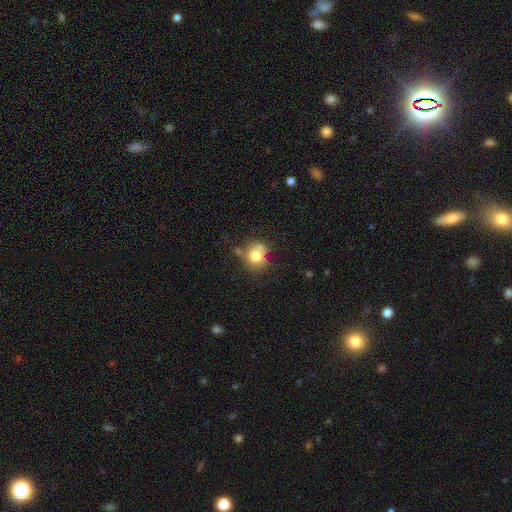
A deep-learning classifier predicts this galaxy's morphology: This appears to be a smooth galaxy with no disk features (76%) that is round (77%). Merging: none (56%).